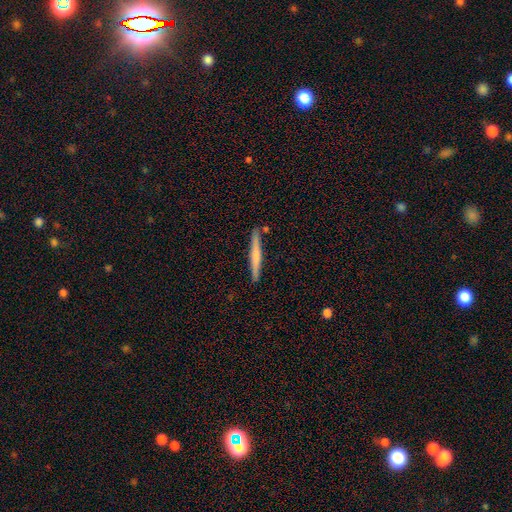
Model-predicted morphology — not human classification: Smooth or featured?
  - smooth: 55% *
  - featured or disk: 40%
  - star or artifact: 5%
How rounded?
  - cigar-shaped: 96% *
  - in between: 3%
  - round: 1%
Merging?
  - none: 88% *
  - minor disturbance: 8%
  - merger: 2%
  - major disturbance: 2%